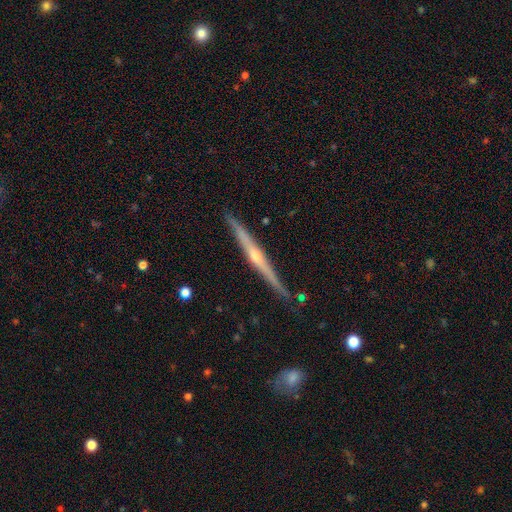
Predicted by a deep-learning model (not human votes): A featured or disk galaxy (82%) viewed edge-on (98%) with a rounded central bulge (82%). Merging: none (89%).